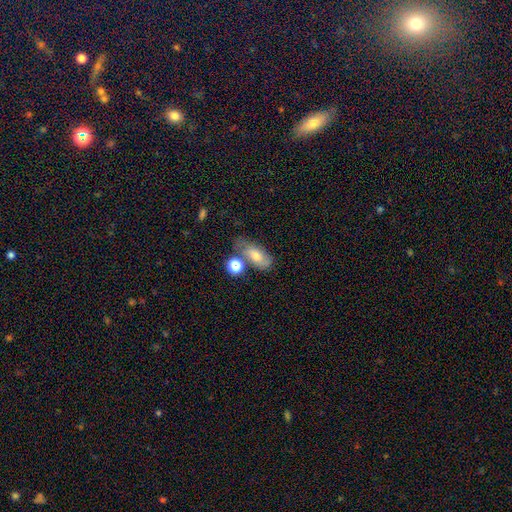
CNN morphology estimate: A smooth galaxy with no disk features (58%) that is in between round and cigar-shaped (79%). Merging: none (50%).